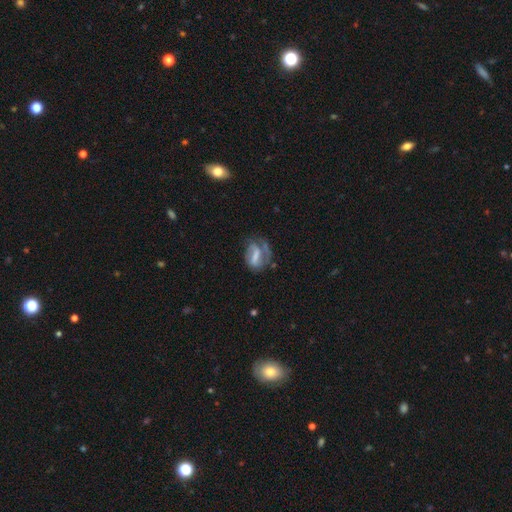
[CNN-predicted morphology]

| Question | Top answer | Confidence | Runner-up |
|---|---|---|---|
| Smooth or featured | featured or disk | 60% | smooth (32%) |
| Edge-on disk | no | 95% | yes (5%) |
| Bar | strong | 41% | weak (37%) |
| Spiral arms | yes | 70% | no (30%) |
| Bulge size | none | 36% | small (28%) |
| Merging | none | 39% | major disturbance (30%) |